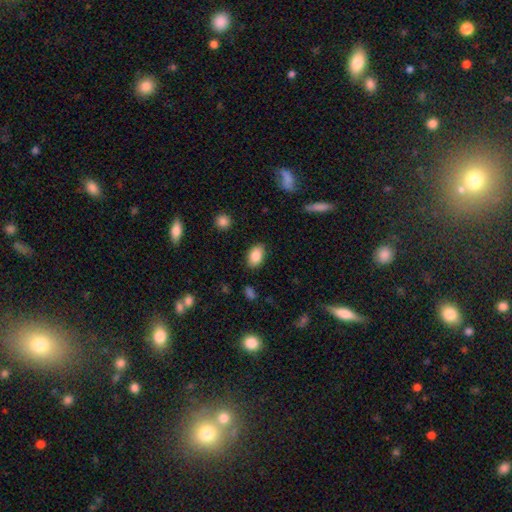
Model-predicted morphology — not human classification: smooth 86%, star or artifact 7%, featured or disk 7%. Down the decision tree: how rounded — in between (91%); merging — none (85%).